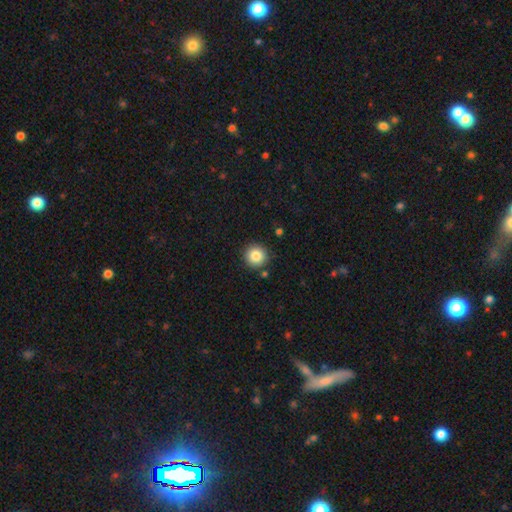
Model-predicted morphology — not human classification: smooth-or-featured: smooth: 85% | star or artifact: 10% | featured or disk: 6%
  how-rounded: round: 95% | in between: 4% | cigar-shaped: 1%
  merging: none: 88% | minor disturbance: 7% | merger: 3% | major disturbance: 2%